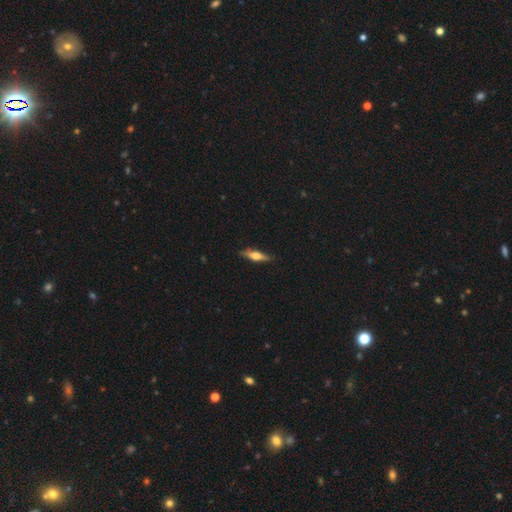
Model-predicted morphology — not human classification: Overall: featured or disk (54%; smooth 40%). Edge-on disk: yes (95%). Edge-on bulge: rounded (90%). Merging: none (87%).